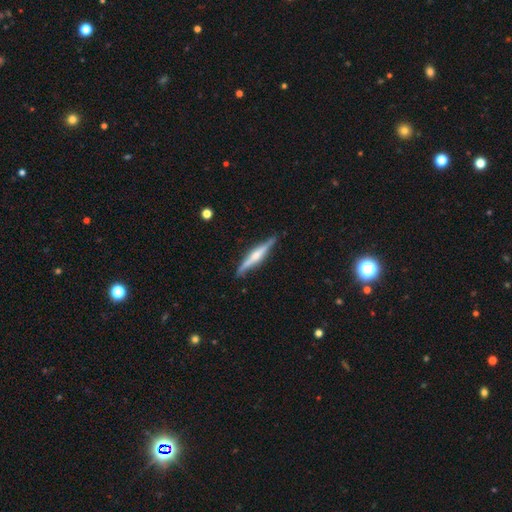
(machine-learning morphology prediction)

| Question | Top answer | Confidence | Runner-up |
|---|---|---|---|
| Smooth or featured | featured or disk | 70% | smooth (25%) |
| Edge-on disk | yes | 97% | no (3%) |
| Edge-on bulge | rounded | 77% | boxy (12%) |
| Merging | none | 87% | minor disturbance (10%) |